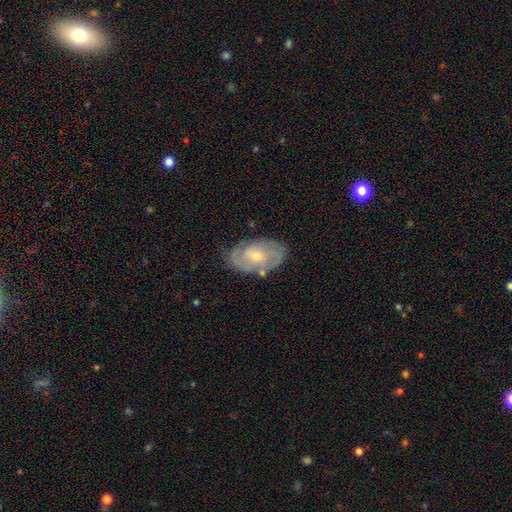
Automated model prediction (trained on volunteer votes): Overall: featured or disk (74%). Edge-on disk: no (95%). Bar: no (67%; weak 28%). Spiral arms: yes (86%). Spiral arm count: 2 (47%; can't tell 34%). Spiral winding: tight (60%; medium 30%). Bulge size: small (51%; moderate 44%). Merging: none (76%).